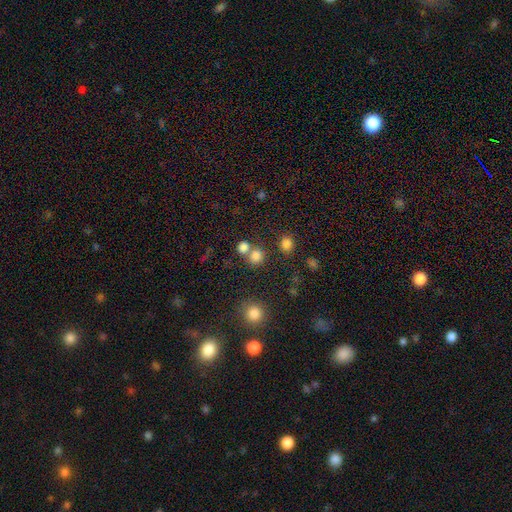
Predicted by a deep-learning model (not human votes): Q: Smooth or featured?
A: smooth (79%); runner-up: star or artifact (14%)
Q: How rounded?
A: round (81%); runner-up: in between (18%)
Q: Merging?
A: none (57%); runner-up: merger (32%)